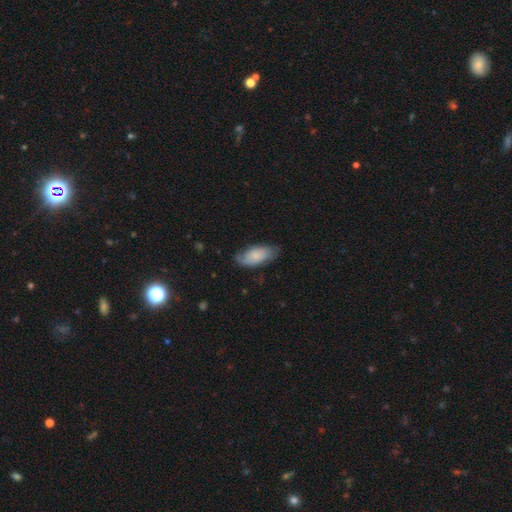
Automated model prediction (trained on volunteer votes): smooth-or-featured: smooth: 62% | featured or disk: 31% | star or artifact: 6%
  how-rounded: in between: 90% | cigar-shaped: 8% | round: 2%
  merging: none: 63% | minor disturbance: 26% | major disturbance: 9% | merger: 1%